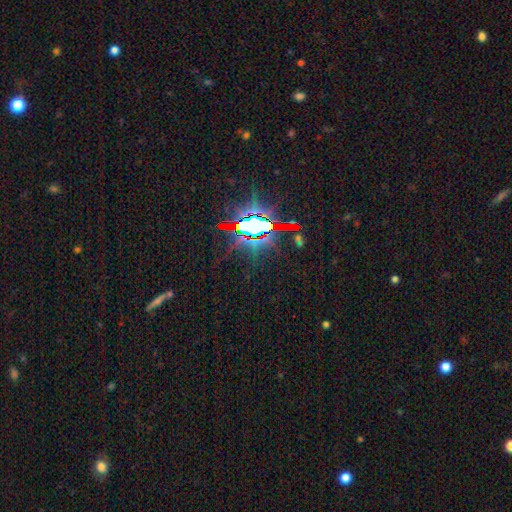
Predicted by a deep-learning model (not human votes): Smooth or featured?
  - star or artifact: 84% *
  - featured or disk: 8%
  - smooth: 8%